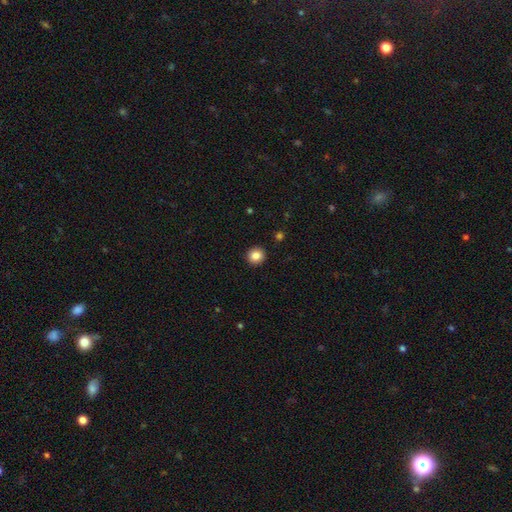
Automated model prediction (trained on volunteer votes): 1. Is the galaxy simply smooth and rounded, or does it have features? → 85% smooth, 10% star or artifact, 5% featured or disk.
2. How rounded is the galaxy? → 90% round, 9% in between, 1% cigar-shaped.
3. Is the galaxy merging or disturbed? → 93% none, 5% minor disturbance, 2% major disturbance, 1% merger.